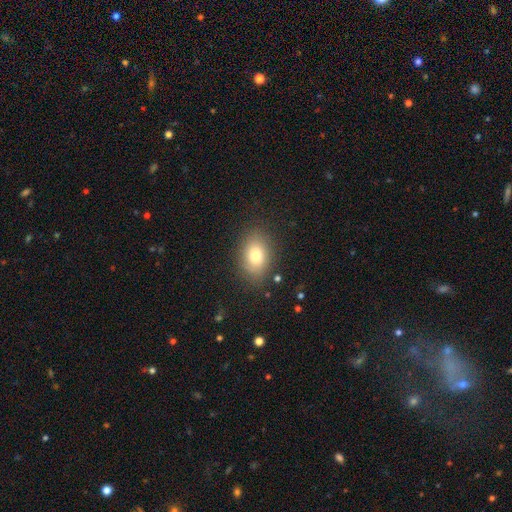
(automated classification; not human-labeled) A smooth galaxy with no disk features (76%) that is in between round and cigar-shaped (78%). Merging: none (83%).